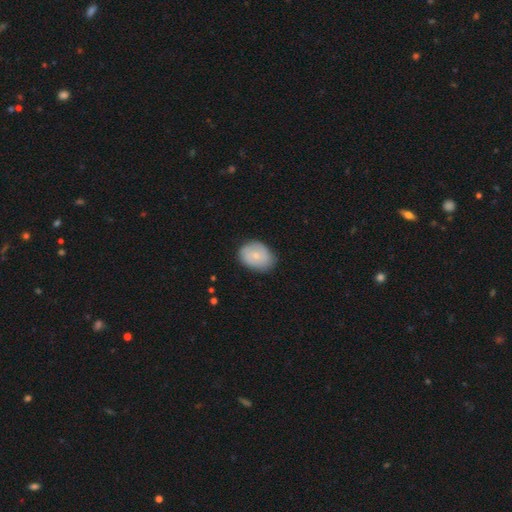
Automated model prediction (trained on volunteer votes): A smooth galaxy with no disk features (69%) that is in between round and cigar-shaped (61%). Merging: none (76%).